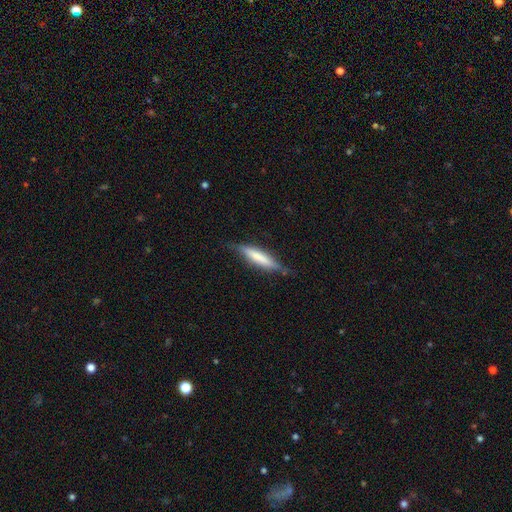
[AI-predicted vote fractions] The model was most divided on "smooth or featured": smooth: 56%, featured or disk: 38%, star or artifact: 6%. More confident: how rounded — cigar-shaped (83%); merging — none (73%).